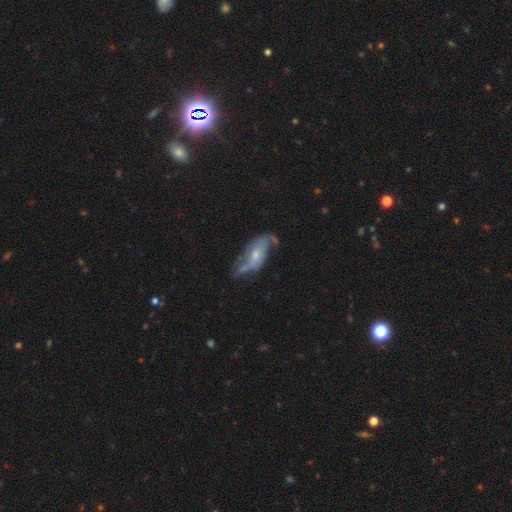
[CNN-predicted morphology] type=featured or disk (71%); edge-on=no (87%); bar=no (59%); spiral arms=yes (80%); bulge=small (57%); merging=none (46%).